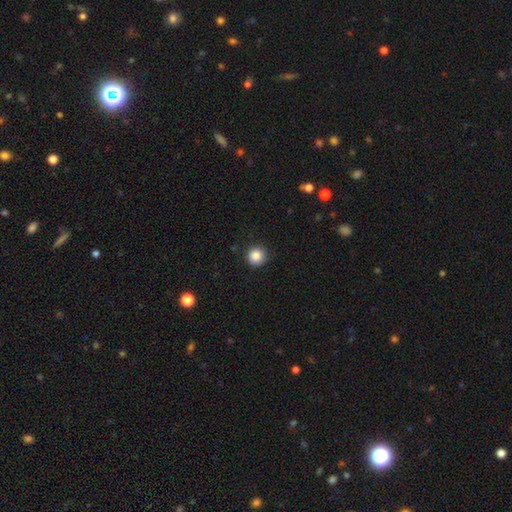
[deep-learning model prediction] This is clearly a smooth galaxy (87%). How rounded: clearly round (95%). Merging: clearly none (91%).